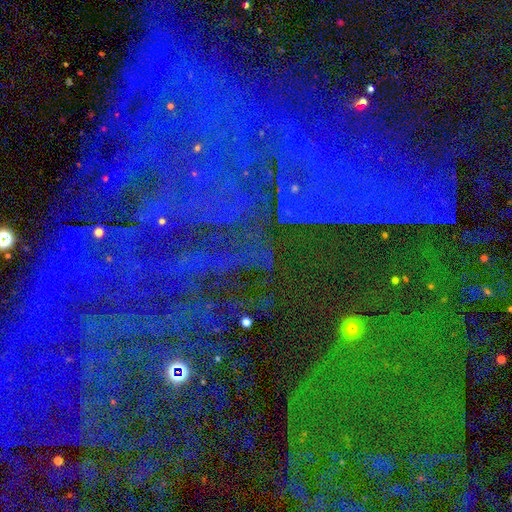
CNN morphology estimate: A star or artifact, not a galaxy (83%).